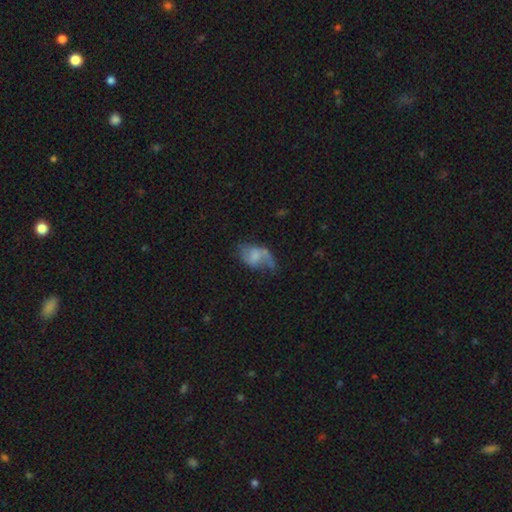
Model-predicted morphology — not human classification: Smooth or featured? Predicted: featured or disk (p=0.54). Edge-on disk? Predicted: no (p=0.96). Bar? Predicted: no (p=0.45). Spiral arms? Predicted: yes (p=0.72). Bulge size? Predicted: none (p=0.48). Merging? Predicted: none (p=0.38).